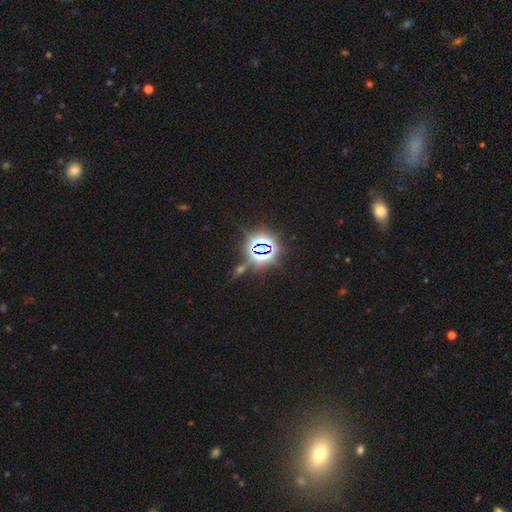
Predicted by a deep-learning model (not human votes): Smooth or featured?
  - star or artifact: 75% *
  - smooth: 17%
  - featured or disk: 8%